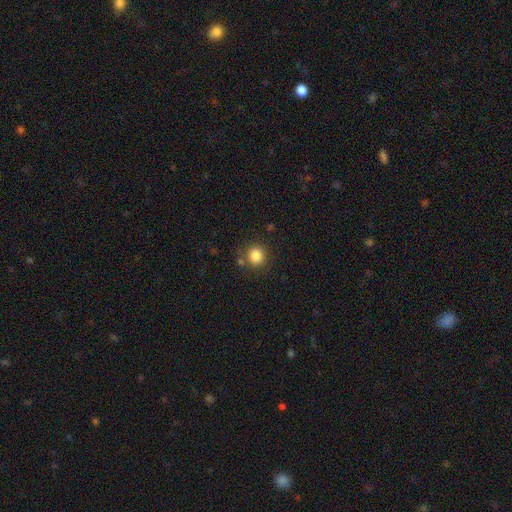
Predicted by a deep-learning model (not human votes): smooth-or-featured: smooth: 84% | star or artifact: 11% | featured or disk: 5%
  how-rounded: round: 90% | in between: 9% | cigar-shaped: 1%
  merging: none: 82% | minor disturbance: 9% | merger: 6% | major disturbance: 3%